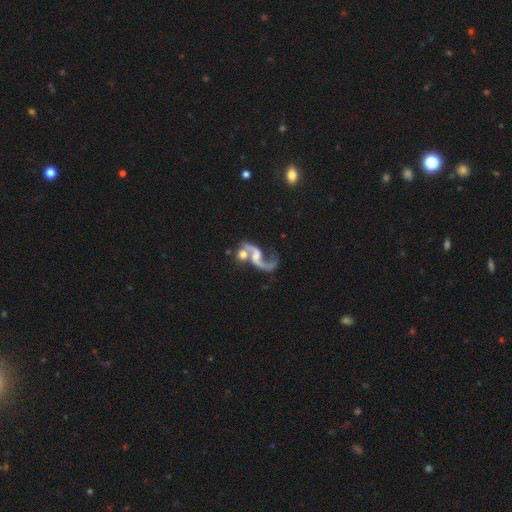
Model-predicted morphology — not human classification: featured or disk 86%, smooth 8%, star or artifact 6%. Down the decision tree: edge-on disk — no (97%); bar — no (47%); spiral arms — yes (94%); spiral arm count — 2 (84%); spiral winding — loose (79%); bulge size — small (39%); merging — none (37%).